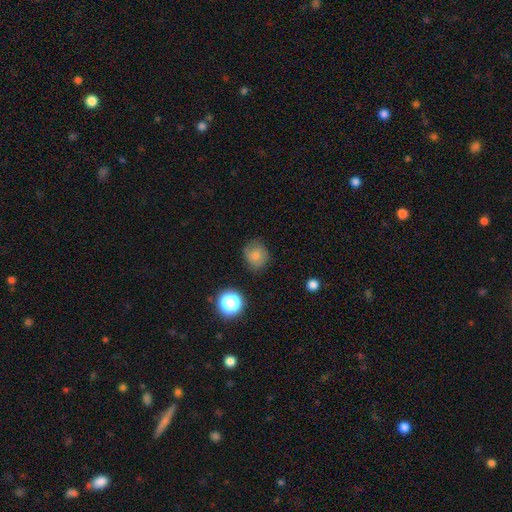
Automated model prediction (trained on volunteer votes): This appears to be a smooth galaxy with no disk features (75%) that is round (78%). Merging: none (75%).